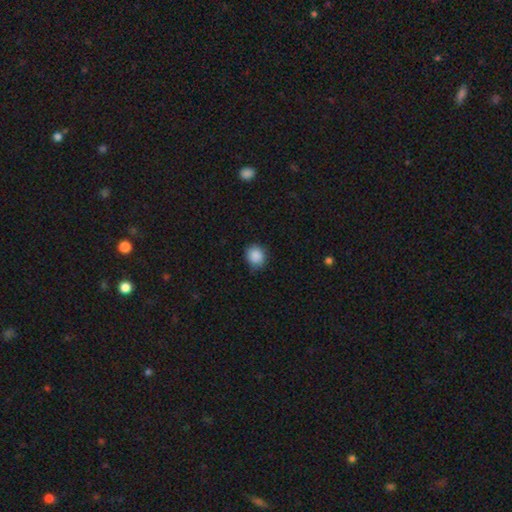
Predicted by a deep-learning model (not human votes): The model was most divided on "how rounded": round: 76%, in between: 23%, cigar-shaped: 1%. More confident: smooth or featured — smooth (89%); merging — none (84%).